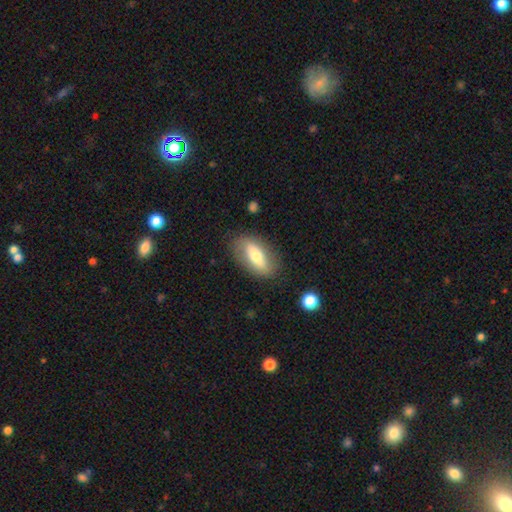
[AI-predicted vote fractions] Smooth or featured? Predicted: smooth (p=0.58). How rounded? Predicted: in between (p=0.82). Merging? Predicted: none (p=0.81).